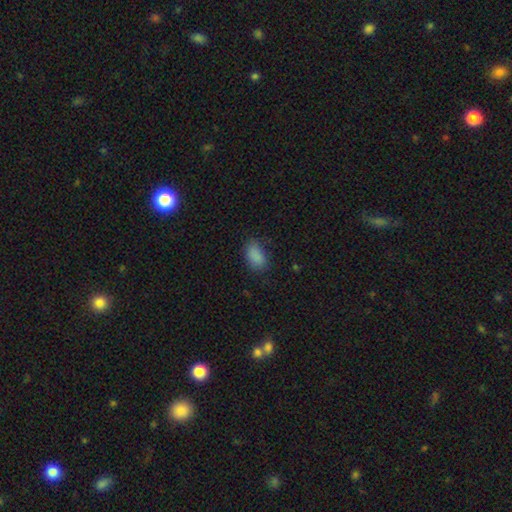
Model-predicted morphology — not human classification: A smooth galaxy with no disk features (86%) that is in between round and cigar-shaped (91%). Merging: none (75%).